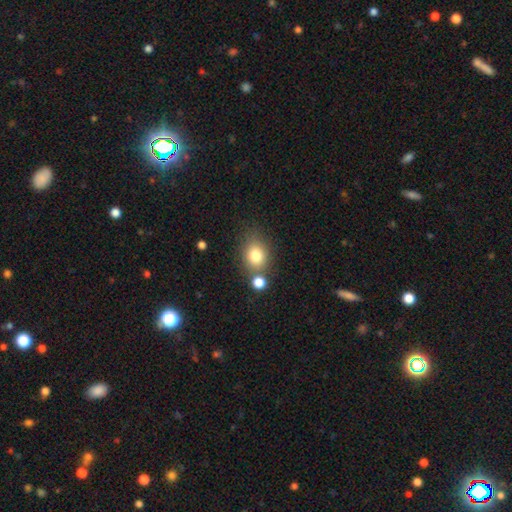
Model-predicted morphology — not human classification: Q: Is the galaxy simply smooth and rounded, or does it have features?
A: smooth — 79%.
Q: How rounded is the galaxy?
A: round — 52%.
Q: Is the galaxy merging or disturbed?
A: none — 65%.